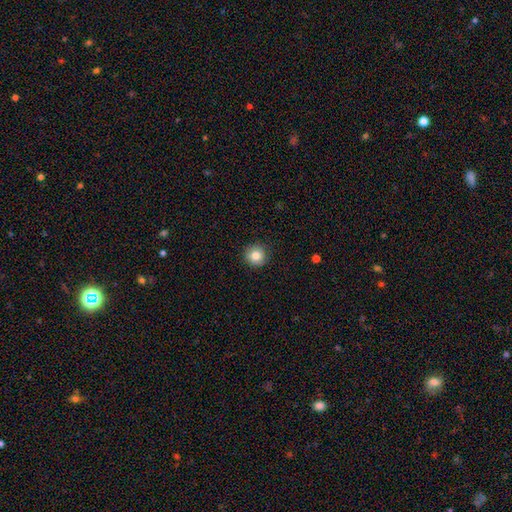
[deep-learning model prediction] This is clearly a smooth galaxy (82%). How rounded: clearly round (95%). Merging: clearly none (91%).